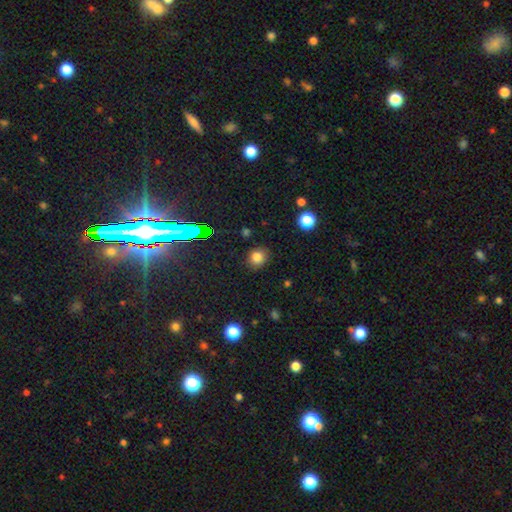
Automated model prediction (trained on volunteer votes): Smooth or featured?
  - smooth: 79% *
  - star or artifact: 16%
  - featured or disk: 5%
How rounded?
  - round: 78% *
  - in between: 21%
  - cigar-shaped: 1%
Merging?
  - none: 86% *
  - minor disturbance: 10%
  - major disturbance: 3%
  - merger: 2%